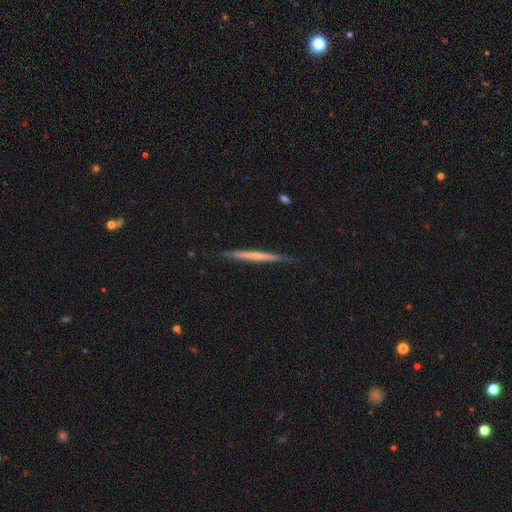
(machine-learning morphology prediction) Smooth or featured? featured or disk (55%)
Edge-on disk? yes (97%)
Edge-on bulge? none (72%)
Merging? none (86%)